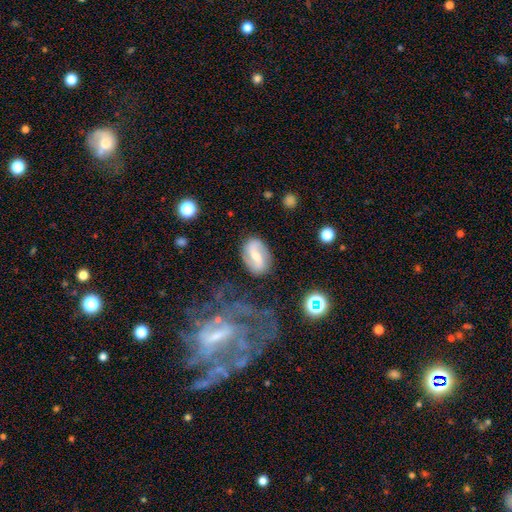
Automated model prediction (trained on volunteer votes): The model was most divided on "bar": weak: 40%, strong: 38%, no: 21%. Remaining: edge-on disk — no (96%); spiral arm count — 2 (90%); spiral arms — yes (88%); merging — none (81%); smooth or featured — featured or disk (70%); spiral winding — loose (51%); bulge size — small (47%).